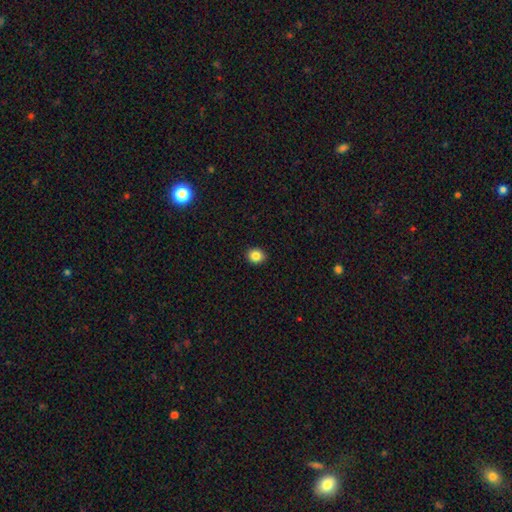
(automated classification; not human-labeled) smooth-or-featured: smooth: 85% | star or artifact: 10% | featured or disk: 5%
  how-rounded: round: 69% | in between: 31% | cigar-shaped: 1%
  merging: none: 92% | minor disturbance: 6% | major disturbance: 2% | merger: 1%